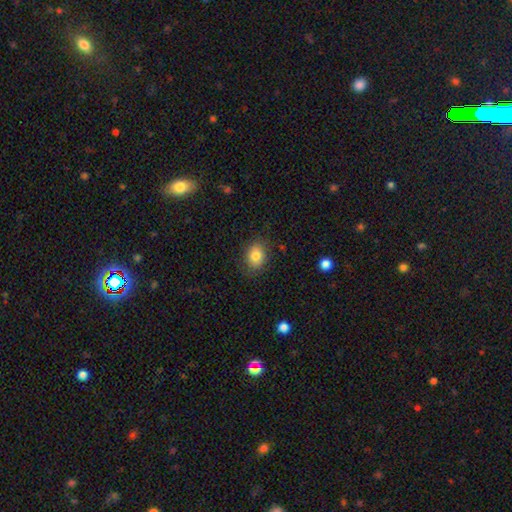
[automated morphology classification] Smooth or featured?
  - smooth: 82% *
  - star or artifact: 9%
  - featured or disk: 9%
How rounded?
  - in between: 58% *
  - round: 41%
  - cigar-shaped: 1%
Merging?
  - none: 81% *
  - minor disturbance: 14%
  - major disturbance: 4%
  - merger: 1%